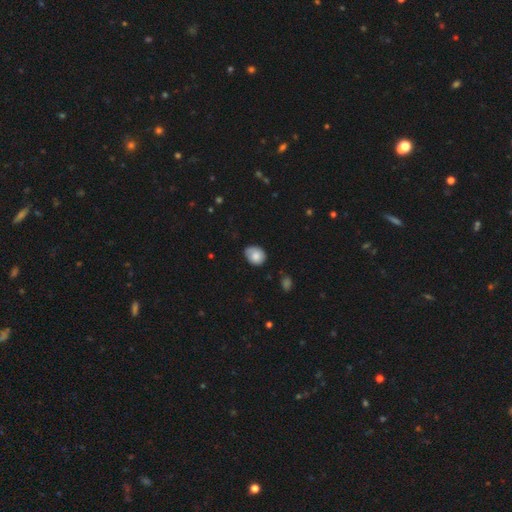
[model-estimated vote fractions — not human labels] A smooth galaxy with no disk features (80%) that is round (55%).

Vote fractions:
- Smooth or featured? smooth: 80% / featured or disk: 12% / star or artifact: 7%
- How rounded? round: 55% / in between: 44% / cigar-shaped: 1%
- Merging? none: 63% / minor disturbance: 29% / major disturbance: 5% / merger: 2%